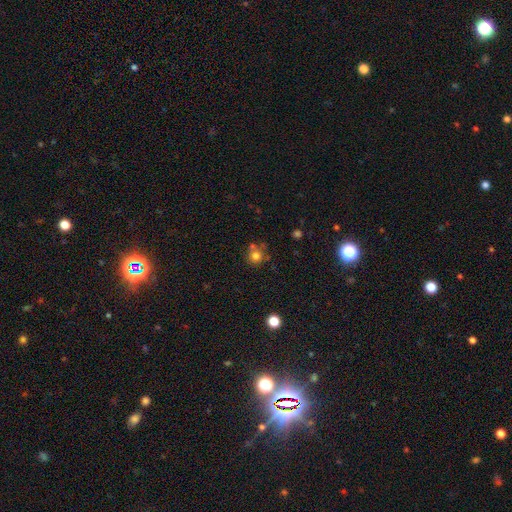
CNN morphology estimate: This appears to be a smooth galaxy with no disk features (76%) that is round (88%). Merging: none (63%).